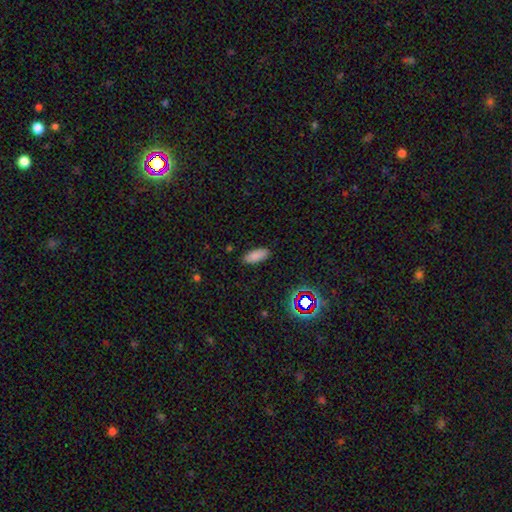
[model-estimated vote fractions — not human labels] Smooth or featured? smooth (84%)
How rounded? in between (80%)
Merging? none (87%)